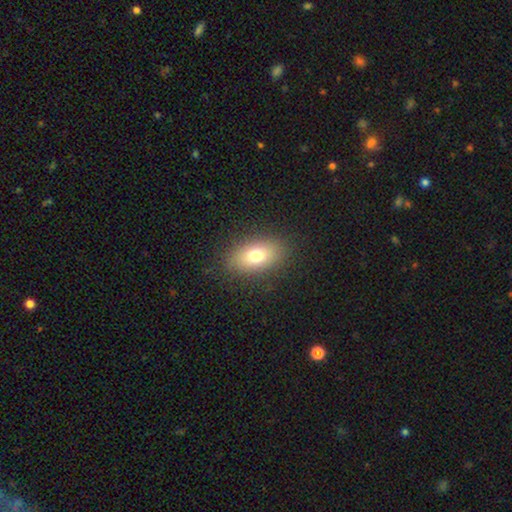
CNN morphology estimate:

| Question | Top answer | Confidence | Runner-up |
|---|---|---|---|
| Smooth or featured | smooth | 76% | featured or disk (14%) |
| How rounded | in between | 87% | round (10%) |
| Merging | none | 86% | minor disturbance (10%) |